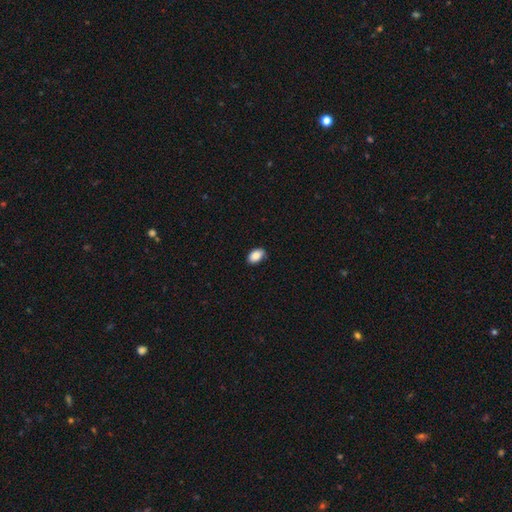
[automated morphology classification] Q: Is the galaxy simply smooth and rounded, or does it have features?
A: smooth — 88%.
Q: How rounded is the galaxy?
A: in between — 91%.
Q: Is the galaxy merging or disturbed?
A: none — 83%.